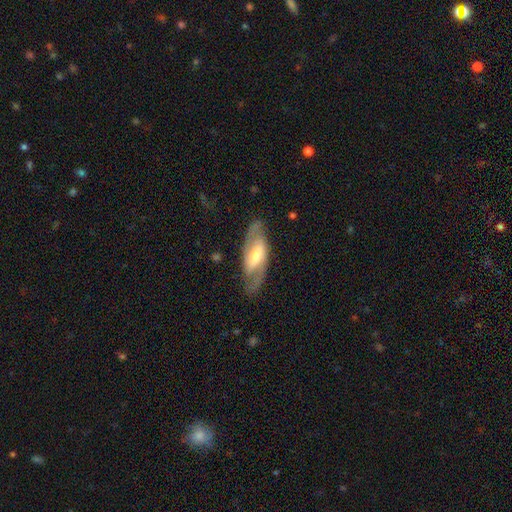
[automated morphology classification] type=featured or disk (78%); edge-on=no (89%); bar=strong (43%); spiral arms=yes (88%); winding=medium (50%); arm count=2 (87%); bulge=moderate (53%); merging=none (80%).